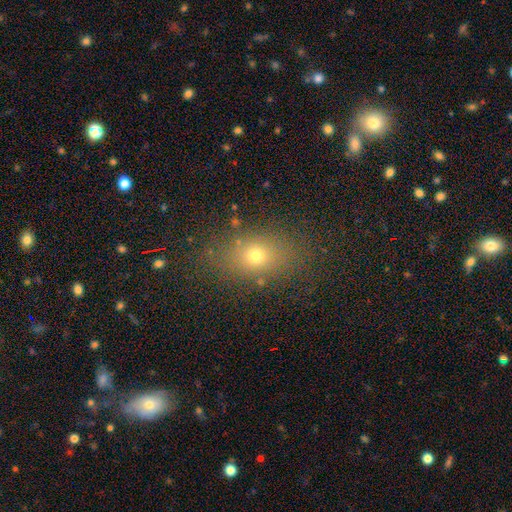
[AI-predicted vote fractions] A smooth galaxy with no disk features (69%) that is in between round and cigar-shaped (70%). Merging: none (82%).